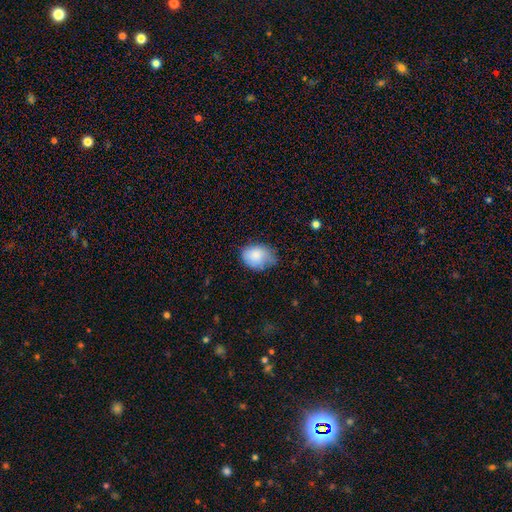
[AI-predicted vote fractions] Q: Smooth or featured?
A: smooth (84%); runner-up: featured or disk (9%)
Q: How rounded?
A: in between (70%); runner-up: round (29%)
Q: Merging?
A: none (52%); runner-up: minor disturbance (37%)